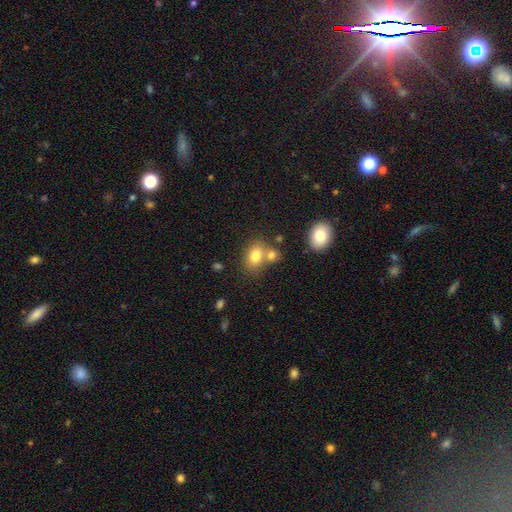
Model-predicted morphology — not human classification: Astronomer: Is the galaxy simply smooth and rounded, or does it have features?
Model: smooth — 78%.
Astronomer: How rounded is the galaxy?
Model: in between — 66%.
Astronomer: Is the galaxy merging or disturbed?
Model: none — 49% (runner-up: merger, 35%).